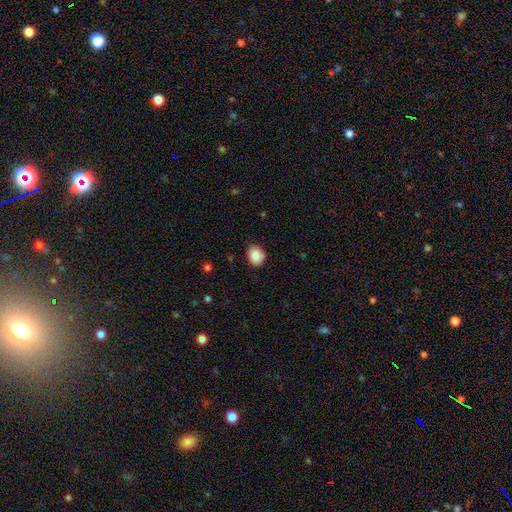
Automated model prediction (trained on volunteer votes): A smooth galaxy with no disk features (88%) that is in between round and cigar-shaped (59%). Merging: none (86%).